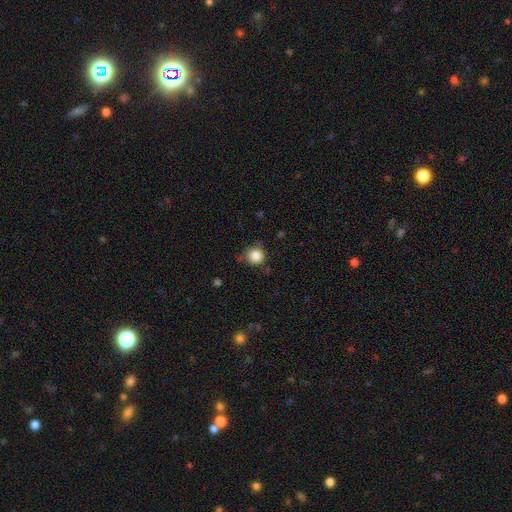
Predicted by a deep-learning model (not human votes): This is clearly a smooth galaxy (84%). How rounded: clearly round (93%). Merging: likely none (76%).